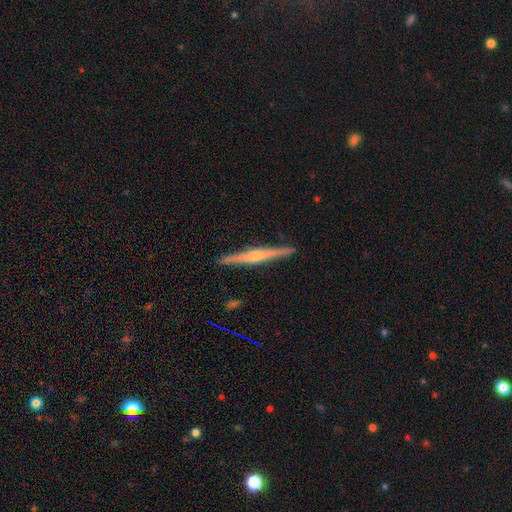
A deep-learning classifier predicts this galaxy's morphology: This is likely a featured or disk galaxy (73%). It is clearly viewed edge-on (98%). Edge-on bulge: possibly rounded (59%). Merging: clearly none (92%).